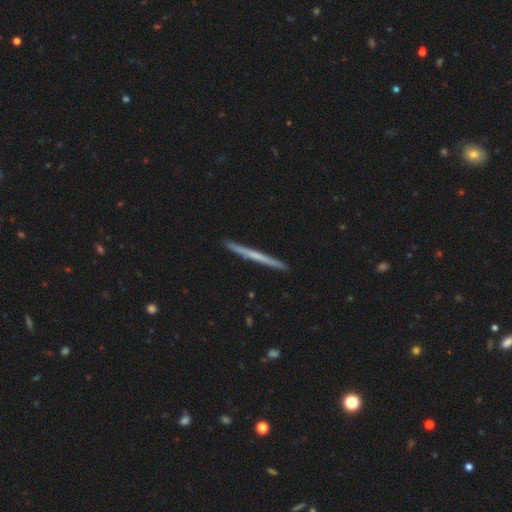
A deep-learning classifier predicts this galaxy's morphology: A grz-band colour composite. It shows a featured or disk galaxy (52%) viewed edge-on (98%) with no central bulge (82%). Merging: none (93%).